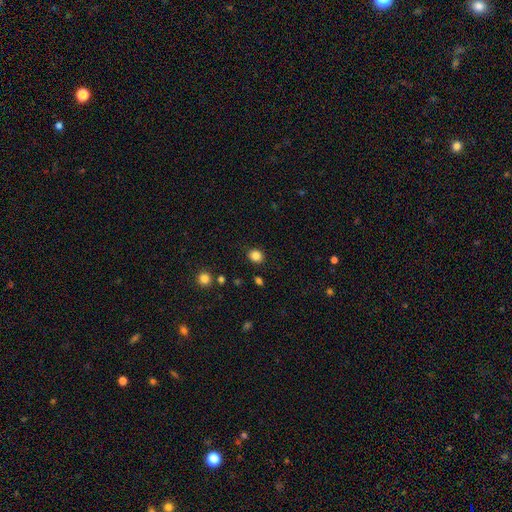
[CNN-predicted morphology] A smooth galaxy with no disk features (85%) that is round (70%).

Vote fractions:
- Smooth or featured? smooth: 85% / star or artifact: 11% / featured or disk: 4%
- How rounded? round: 70% / in between: 29% / cigar-shaped: 1%
- Merging? none: 88% / minor disturbance: 8% / major disturbance: 3% / merger: 2%